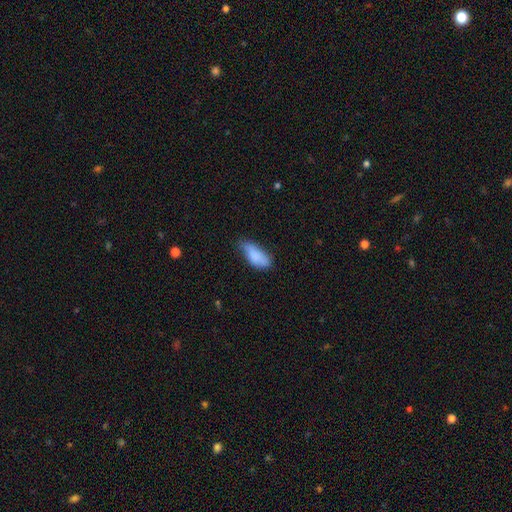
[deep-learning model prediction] Q: Smooth or featured?
A: smooth (84%); runner-up: featured or disk (10%)
Q: How rounded?
A: in between (84%); runner-up: cigar-shaped (14%)
Q: Merging?
A: none (50%); runner-up: minor disturbance (39%)